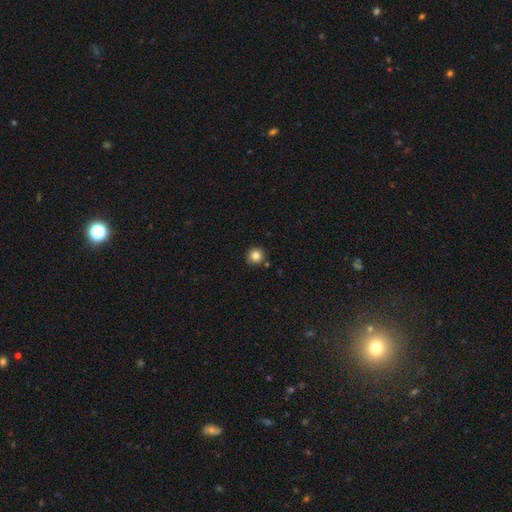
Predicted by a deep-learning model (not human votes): smooth_or_featured: smooth (p=0.84) [alt: star or artifact p=0.11]
how_rounded: round (p=0.94) [alt: in between p=0.05]
merging: none (p=0.88) [alt: minor disturbance p=0.07]